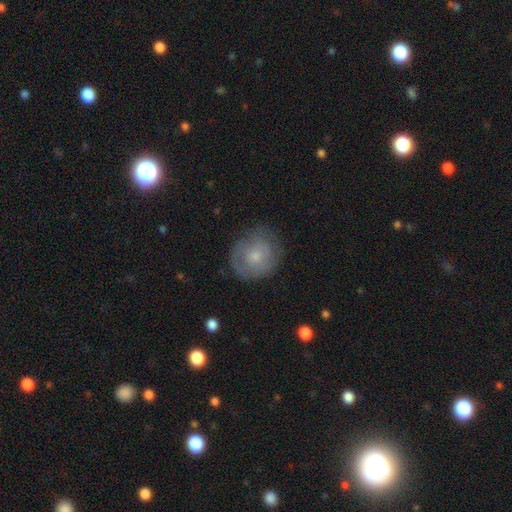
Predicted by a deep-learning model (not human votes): Smooth or featured? smooth (58%)
How rounded? round (76%)
Merging? none (64%)